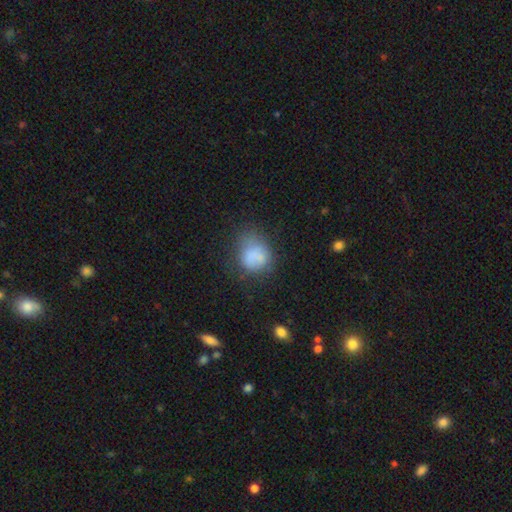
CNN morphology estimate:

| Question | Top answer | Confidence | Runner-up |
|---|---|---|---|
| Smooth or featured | smooth | 78% | featured or disk (12%) |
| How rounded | round | 65% | in between (34%) |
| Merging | none | 49% | minor disturbance (29%) |